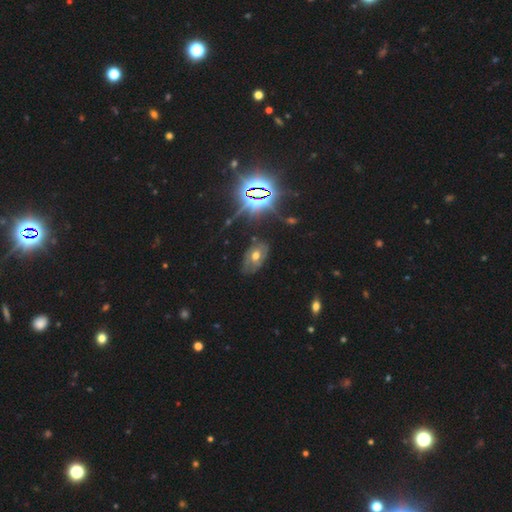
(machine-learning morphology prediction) This is marginally a featured or disk galaxy (39%). Merging: likely none (64%).